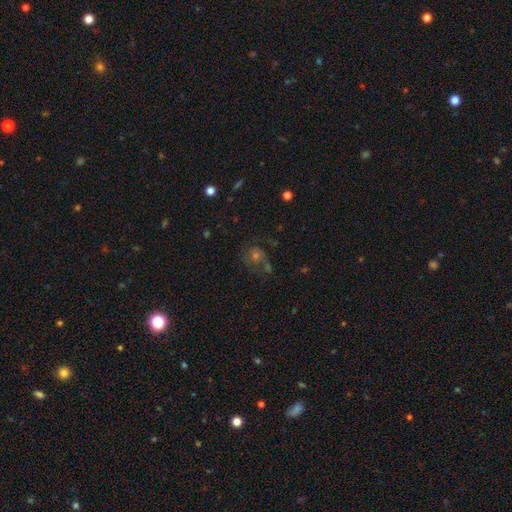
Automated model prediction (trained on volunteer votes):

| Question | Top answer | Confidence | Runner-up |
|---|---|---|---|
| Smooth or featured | featured or disk | 41% | smooth (32%) |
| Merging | none | 60% | minor disturbance (16%) |